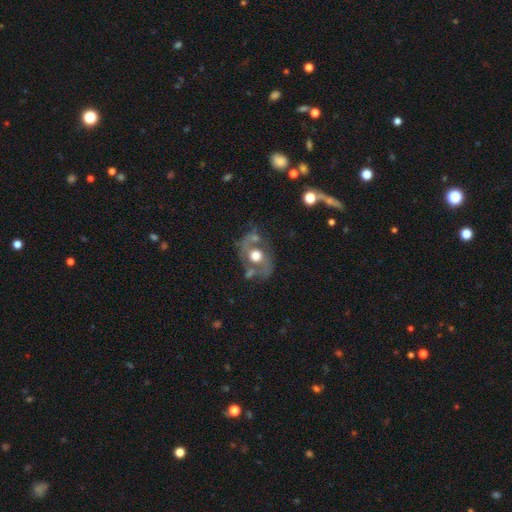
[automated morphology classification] Smooth or featured: featured or disk — 66% (smooth — 26%)
Edge-on disk: no — 95% (yes — 5%)
Bar: no — 80% (weak — 15%)
Spiral arms: yes — 54% (no — 46%)
Bulge size: moderate — 48% (large — 43%)
Merging: none — 58% (minor disturbance — 21%)